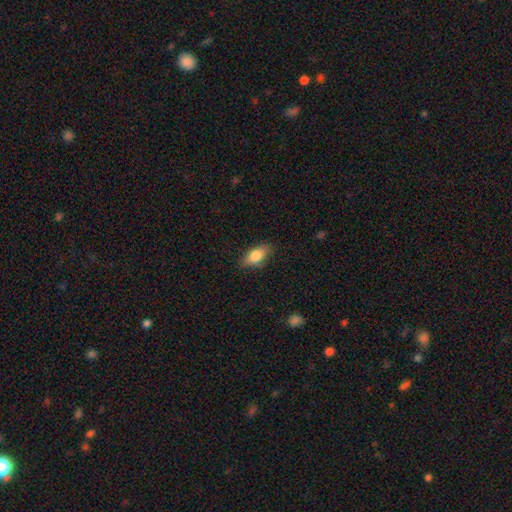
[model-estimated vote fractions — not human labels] smooth 79%, featured or disk 14%, star or artifact 7%. Down the decision tree: how rounded — in between (84%); merging — none (82%).